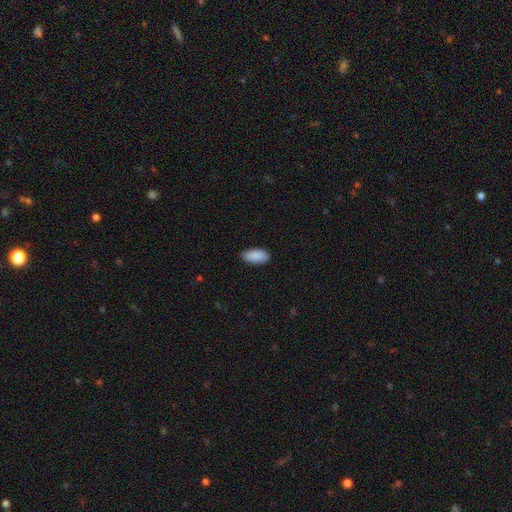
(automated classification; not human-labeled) Q: Smooth or featured?
A: smooth (90%); runner-up: star or artifact (6%)
Q: How rounded?
A: in between (92%); runner-up: cigar-shaped (6%)
Q: Merging?
A: none (87%); runner-up: minor disturbance (10%)